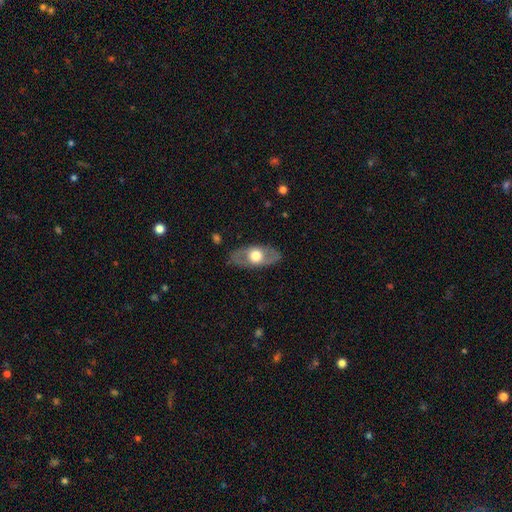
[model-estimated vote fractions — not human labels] Smooth or featured?
  - featured or disk: 51% *
  - smooth: 44%
  - star or artifact: 5%
Edge-on disk?
  - no: 73% *
  - yes: 27%
Merging?
  - none: 83% *
  - minor disturbance: 11%
  - major disturbance: 4%
  - merger: 1%